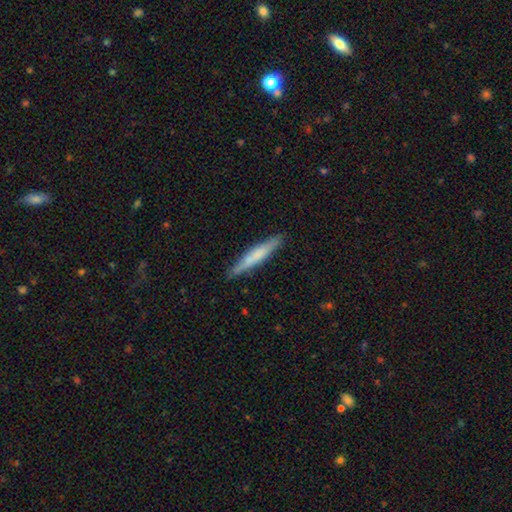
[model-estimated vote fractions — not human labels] Smooth or featured? smooth (57%)
How rounded? cigar-shaped (94%)
Merging? none (89%)